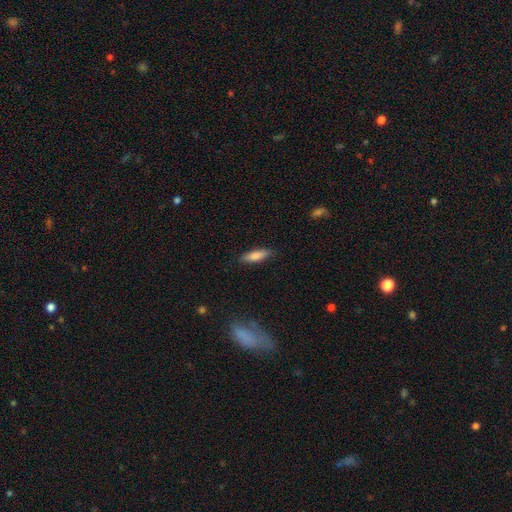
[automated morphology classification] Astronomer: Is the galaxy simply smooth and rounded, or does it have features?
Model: smooth — 81%.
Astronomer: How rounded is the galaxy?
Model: cigar-shaped — 55% (runner-up: in between, 44%).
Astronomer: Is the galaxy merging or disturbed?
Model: none — 85%.